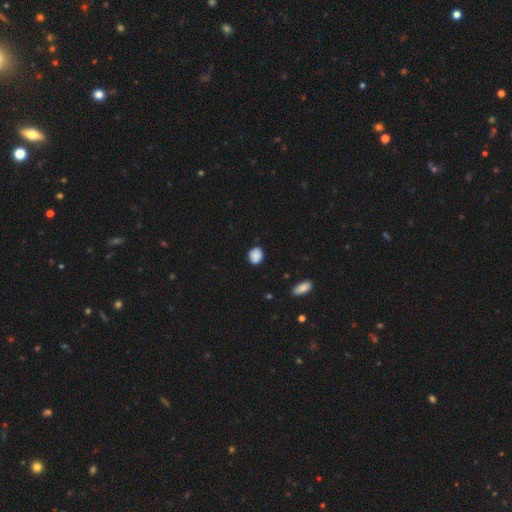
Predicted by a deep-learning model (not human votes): Smooth or featured? smooth (88%)
How rounded? round (68%)
Merging? none (81%)